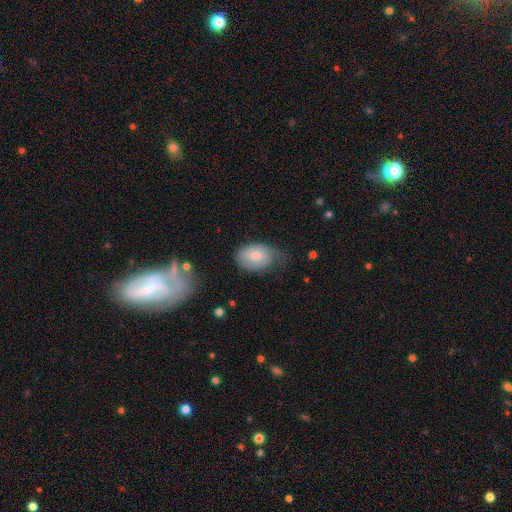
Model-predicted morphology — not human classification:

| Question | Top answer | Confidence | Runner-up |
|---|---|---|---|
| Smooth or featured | smooth | 70% | featured or disk (23%) |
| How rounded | in between | 84% | round (15%) |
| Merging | none | 46% | minor disturbance (38%) |